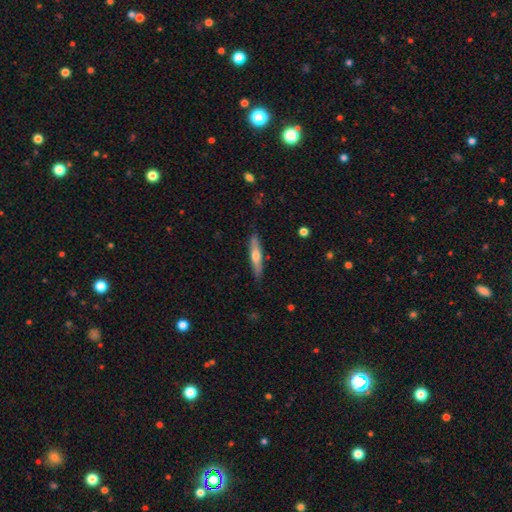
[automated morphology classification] Smooth or featured: smooth — 50% (featured or disk — 44%)
Merging: none — 87% (minor disturbance — 9%)